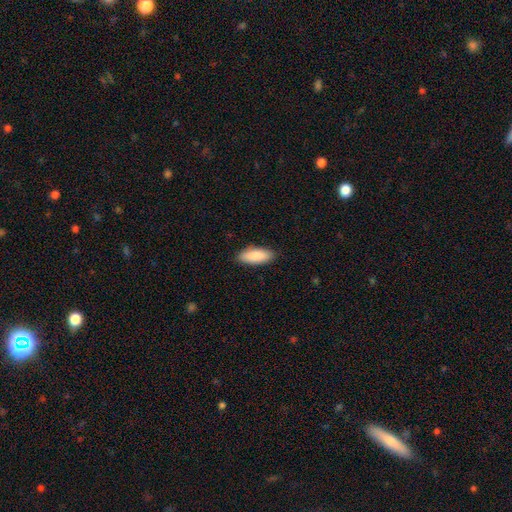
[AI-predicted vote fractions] Q: Smooth or featured?
A: smooth (87%); runner-up: featured or disk (7%)
Q: How rounded?
A: in between (81%); runner-up: cigar-shaped (17%)
Q: Merging?
A: none (88%); runner-up: minor disturbance (9%)